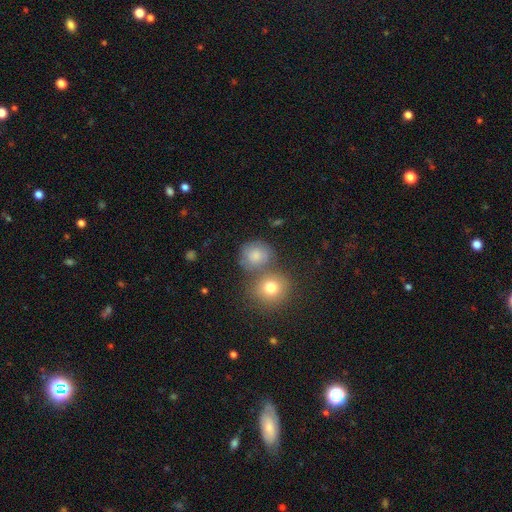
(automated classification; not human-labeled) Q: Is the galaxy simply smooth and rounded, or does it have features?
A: smooth — 74%.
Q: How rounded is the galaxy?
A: round — 82%.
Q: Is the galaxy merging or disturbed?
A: none — 55%.